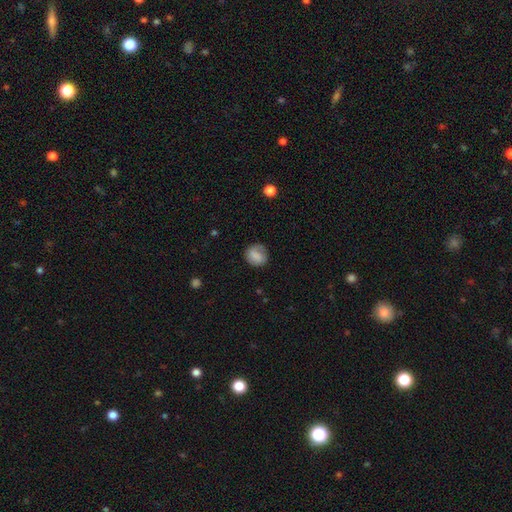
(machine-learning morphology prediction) smooth-or-featured: smooth: 79% | featured or disk: 13% | star or artifact: 8%
  how-rounded: round: 73% | in between: 26% | cigar-shaped: 1%
  merging: none: 69% | minor disturbance: 21% | major disturbance: 8% | merger: 1%